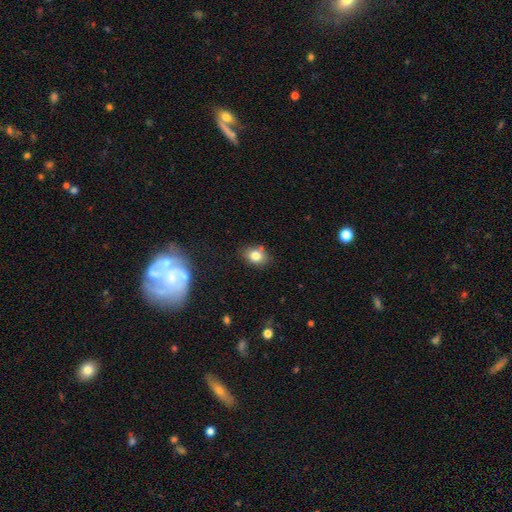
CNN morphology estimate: Smooth or featured? Predicted: smooth (p=0.80). How rounded? Predicted: in between (p=0.66). Merging? Predicted: none (p=0.77).